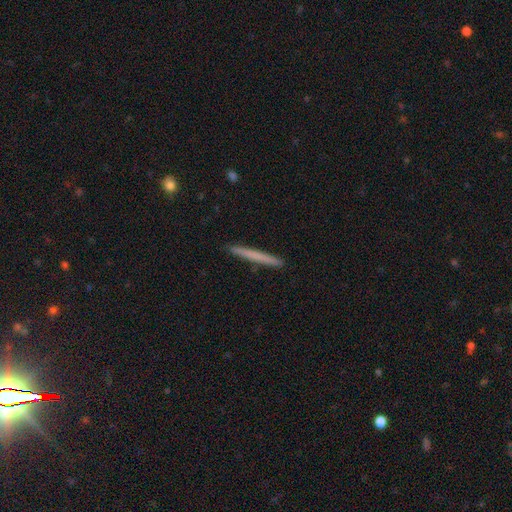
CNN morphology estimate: A smooth galaxy with no disk features (65%) that is cigar-shaped (97%). Merging: none (93%).